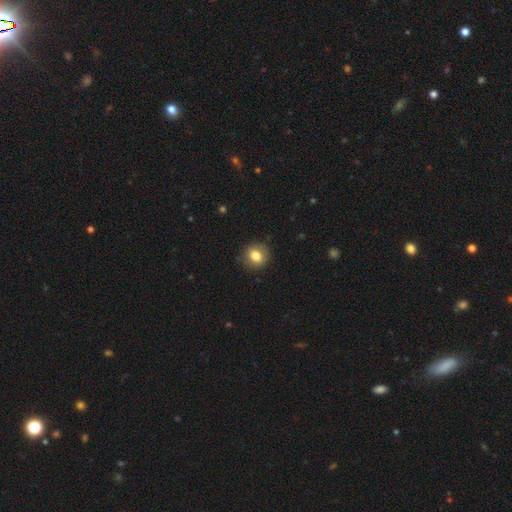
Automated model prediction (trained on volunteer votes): Q: Smooth or featured?
A: smooth (81%); runner-up: featured or disk (10%)
Q: How rounded?
A: round (78%); runner-up: in between (22%)
Q: Merging?
A: none (85%); runner-up: minor disturbance (11%)